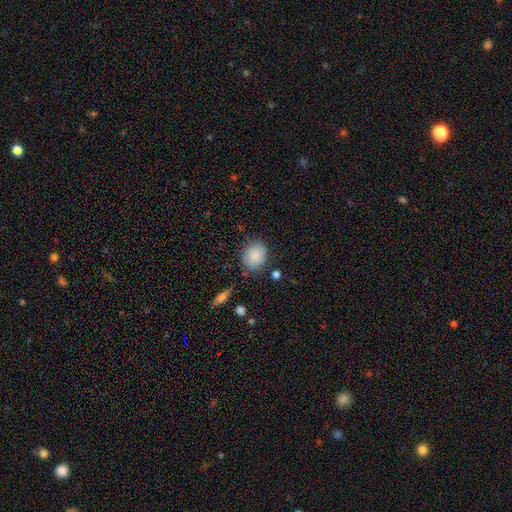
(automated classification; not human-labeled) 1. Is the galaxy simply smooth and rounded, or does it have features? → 85% smooth, 8% star or artifact, 7% featured or disk.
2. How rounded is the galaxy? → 62% round, 37% in between, 1% cigar-shaped.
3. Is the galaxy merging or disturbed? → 78% none, 15% minor disturbance, 4% major disturbance, 3% merger.